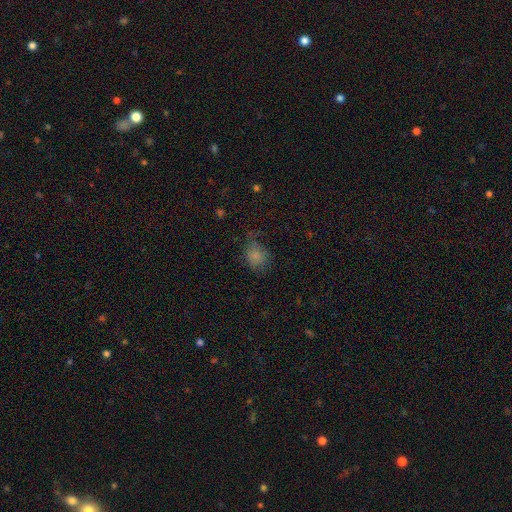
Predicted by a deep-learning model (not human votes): A smooth galaxy with no disk features (79%) that is round (55%). Merging: none (53%).